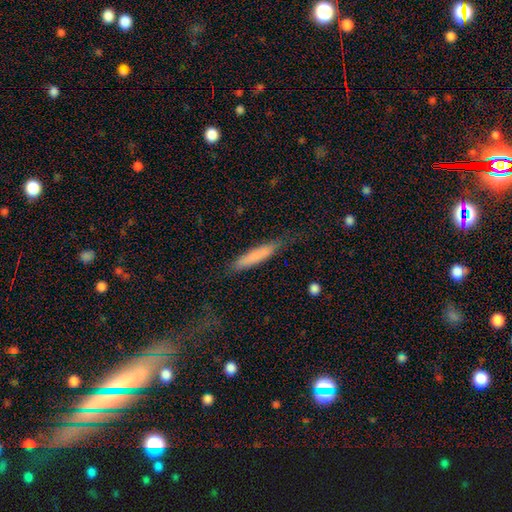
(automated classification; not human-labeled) This is likely a smooth galaxy (75%). How rounded: clearly cigar-shaped (90%). Merging: likely none (72%).